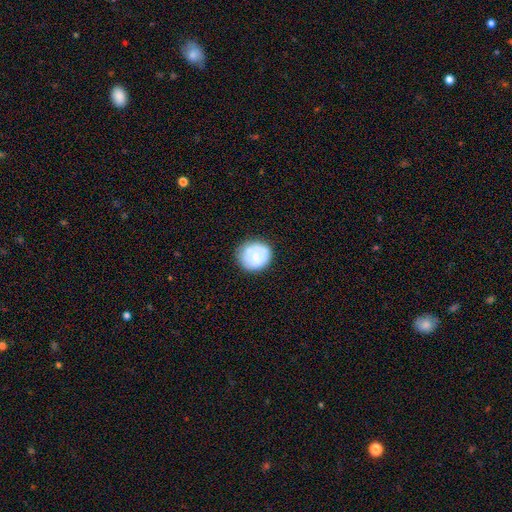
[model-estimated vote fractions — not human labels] This is likely a smooth galaxy (66%). How rounded: clearly round (84%). Merging: likely none (76%).